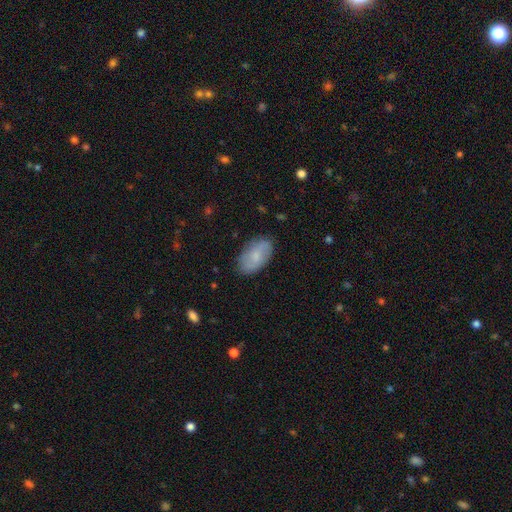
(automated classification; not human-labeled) This is likely a smooth galaxy (65%). How rounded: clearly in between (93%). Merging: clearly none (82%).